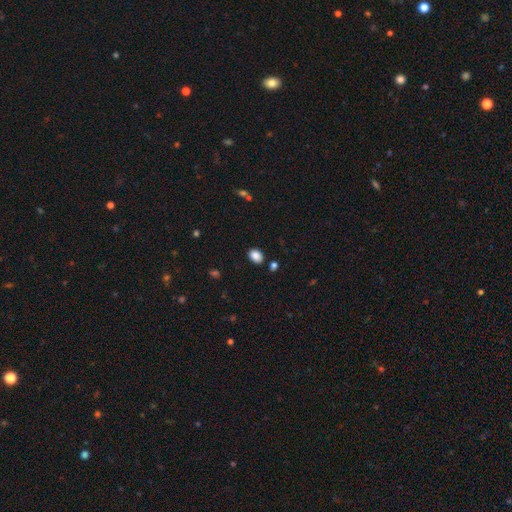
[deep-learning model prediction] Smooth or featured?
  - smooth: 87% *
  - star or artifact: 9%
  - featured or disk: 4%
How rounded?
  - in between: 78% *
  - round: 21%
  - cigar-shaped: 1%
Merging?
  - none: 85% *
  - minor disturbance: 10%
  - merger: 3%
  - major disturbance: 3%